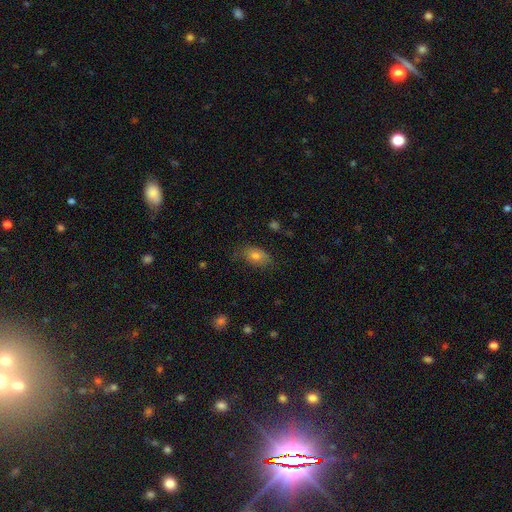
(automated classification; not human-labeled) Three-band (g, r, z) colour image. It shows a smooth galaxy with no disk features (75%) that is in between round and cigar-shaped (85%). Merging: none (68%).